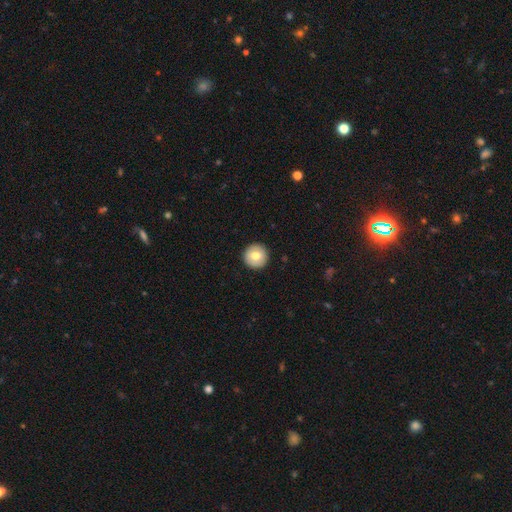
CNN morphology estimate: type=smooth (73%); roundness=round (96%); merging=none (93%).